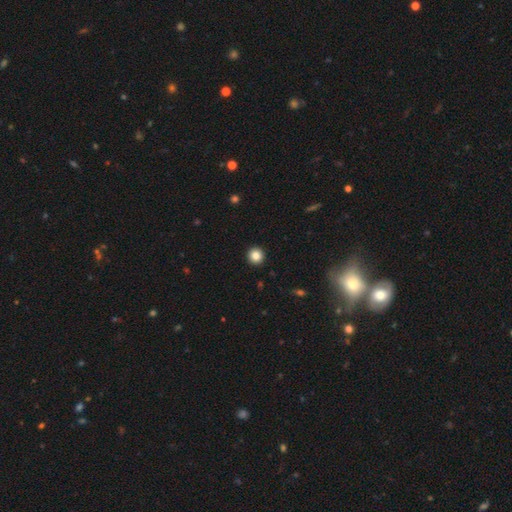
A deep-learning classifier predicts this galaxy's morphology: type=smooth (85%); roundness=round (94%); merging=none (94%).